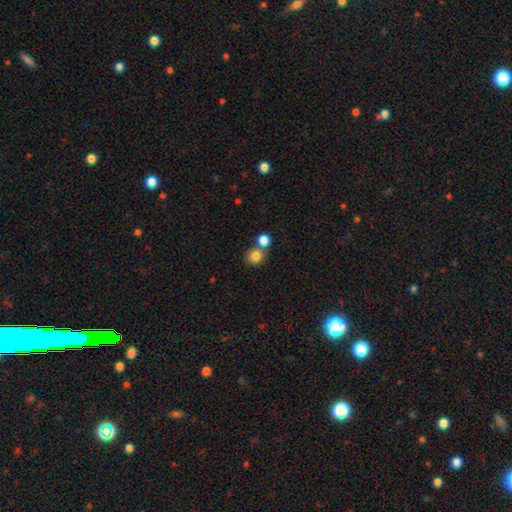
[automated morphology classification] type=smooth (83%); roundness=round (88%); merging=none (57%).